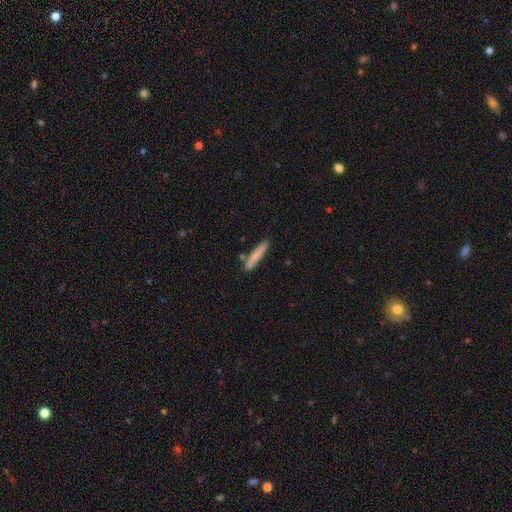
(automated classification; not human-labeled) This appears to be a smooth galaxy with no disk features (77%) that is cigar-shaped (93%). Merging: none (79%).